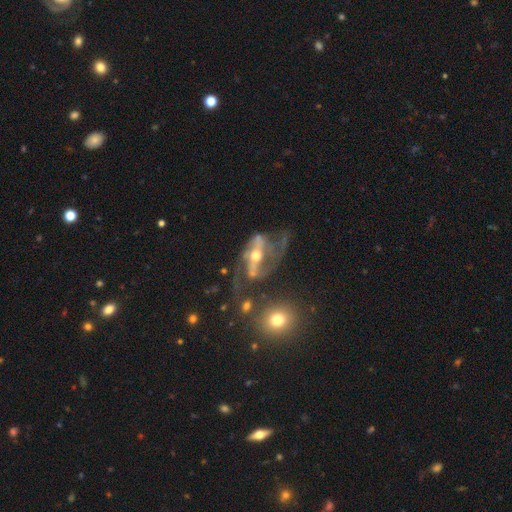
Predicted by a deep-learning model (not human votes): Morphology: type=featured or disk (84%); edge-on=no (92%); bar=strong (45%); spiral arms=yes (88%); winding=loose (48%); arm count=2 (78%); bulge=moderate (60%); merging=none (39%).